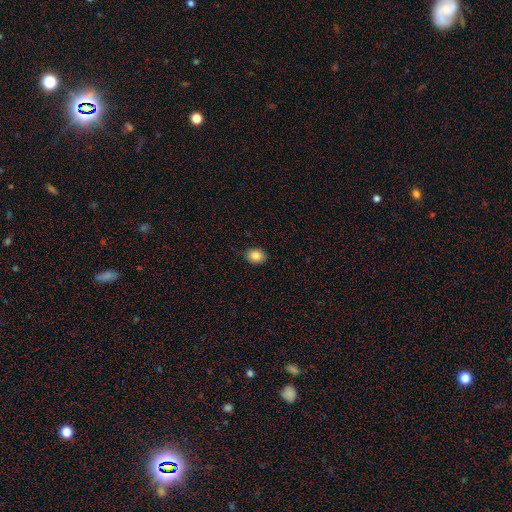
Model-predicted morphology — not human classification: A smooth galaxy with no disk features (85%) that is in between round and cigar-shaped (69%).

Vote fractions:
- Smooth or featured? smooth: 85% / star or artifact: 8% / featured or disk: 6%
- How rounded? in between: 69% / round: 30% / cigar-shaped: 1%
- Merging? none: 85% / minor disturbance: 12% / major disturbance: 2% / merger: 1%